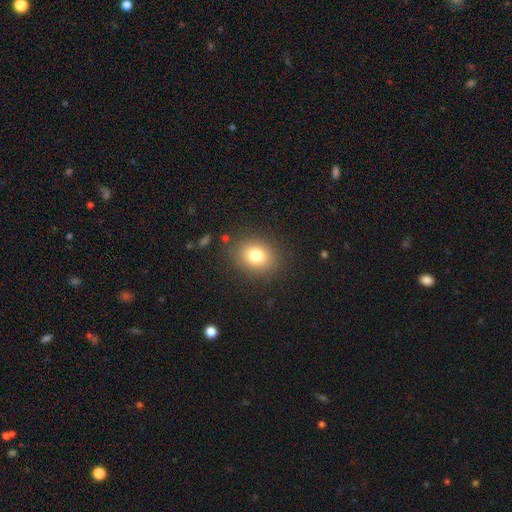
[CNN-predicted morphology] type=smooth (78%); roundness=round (56%); merging=none (86%).